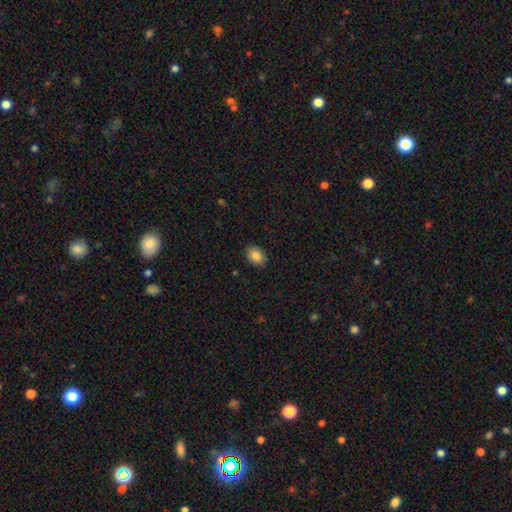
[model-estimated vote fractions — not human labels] smooth 86%, star or artifact 8%, featured or disk 6%. Down the decision tree: how rounded — in between (69%); merging — none (89%).